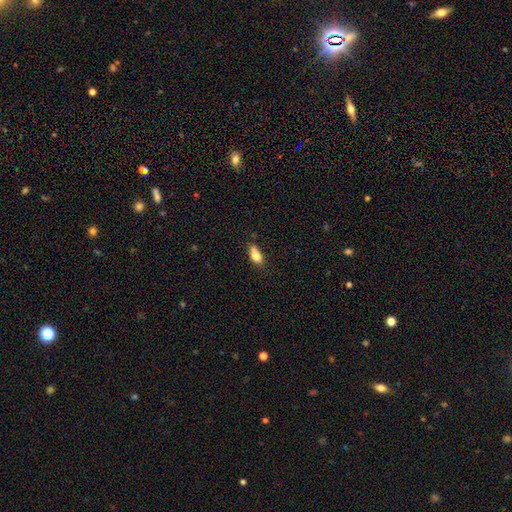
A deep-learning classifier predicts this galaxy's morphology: The model was most divided on "merging": none: 48%, minor disturbance: 32%, merger: 12%, major disturbance: 9%. More confident: how rounded — in between (83%); smooth or featured — smooth (79%).